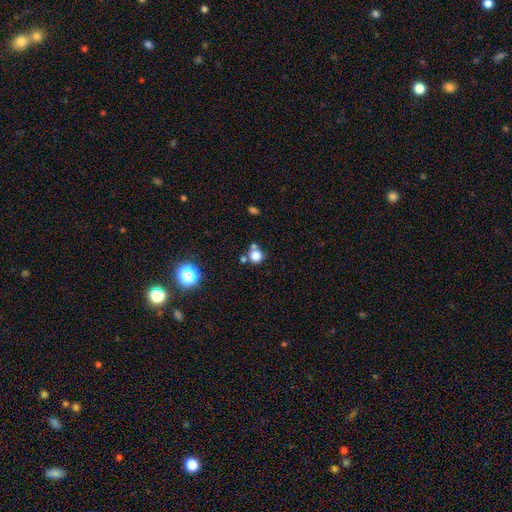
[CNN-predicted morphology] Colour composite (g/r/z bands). It shows a smooth galaxy with no disk features (79%) that is round (90%). Merging: none (61%).